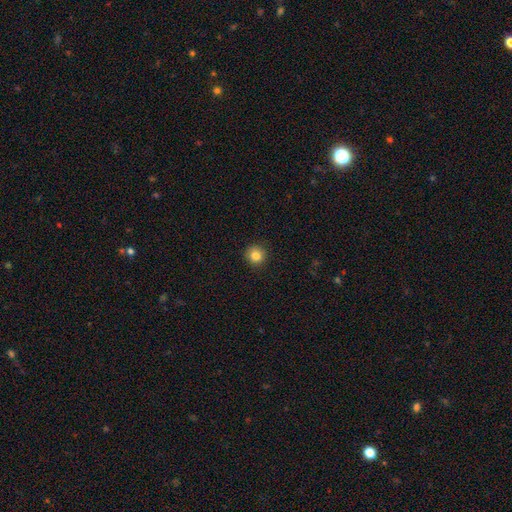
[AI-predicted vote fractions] smooth_or_featured: smooth (p=0.83) [alt: star or artifact p=0.11]
how_rounded: round (p=0.94) [alt: in between p=0.05]
merging: none (p=0.92) [alt: minor disturbance p=0.05]